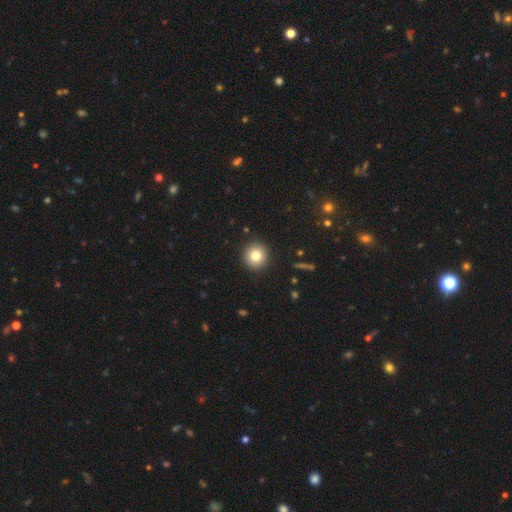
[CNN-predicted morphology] smooth-or-featured: smooth: 80% | star or artifact: 10% | featured or disk: 10%
  how-rounded: round: 95% | in between: 4% | cigar-shaped: 1%
  merging: none: 92% | minor disturbance: 5% | major disturbance: 2% | merger: 1%